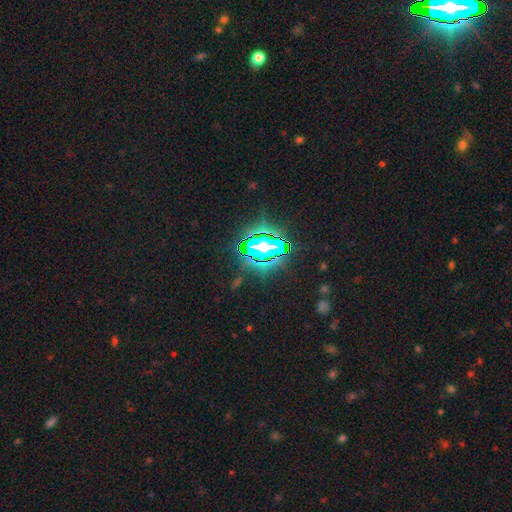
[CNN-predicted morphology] type=star or artifact (77%).